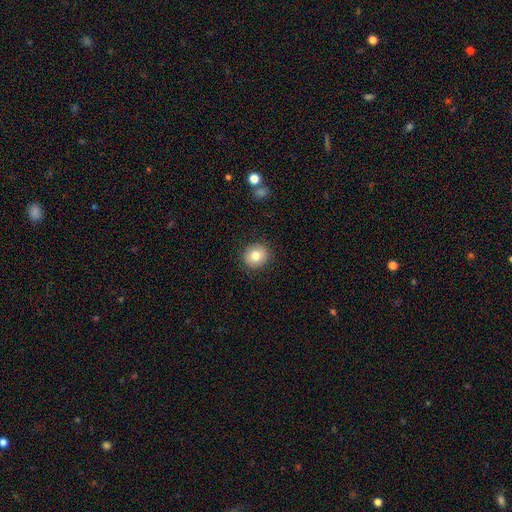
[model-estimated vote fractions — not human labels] Smooth or featured? Predicted: smooth (p=0.79). How rounded? Predicted: round (p=0.81). Merging? Predicted: none (p=0.89).